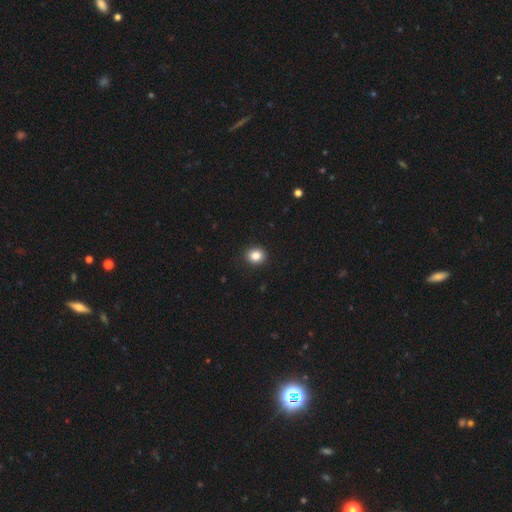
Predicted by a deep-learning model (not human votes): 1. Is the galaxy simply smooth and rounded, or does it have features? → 85% smooth, 10% star or artifact, 5% featured or disk.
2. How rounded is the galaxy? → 81% round, 18% in between, 1% cigar-shaped.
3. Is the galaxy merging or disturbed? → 92% none, 5% minor disturbance, 2% major disturbance, 1% merger.